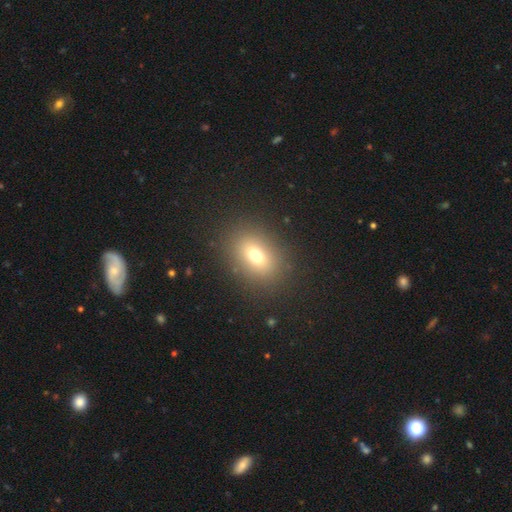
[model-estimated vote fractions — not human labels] The model was most divided on "how rounded": in between: 71%, round: 27%, cigar-shaped: 2%. More confident: merging — none (87%); smooth or featured — smooth (73%).